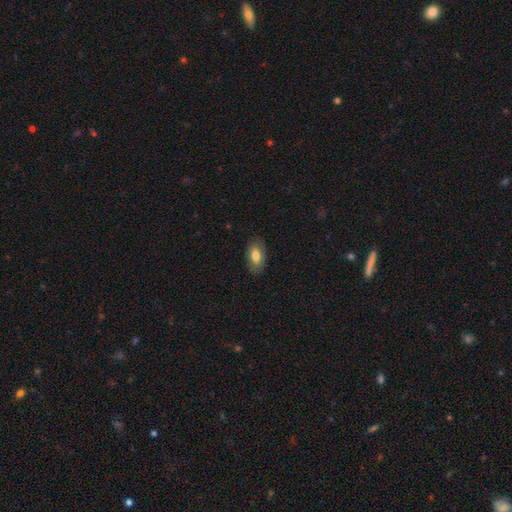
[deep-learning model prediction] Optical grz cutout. It shows a smooth galaxy with no disk features (70%) that is in between round and cigar-shaped (92%). Merging: none (83%).